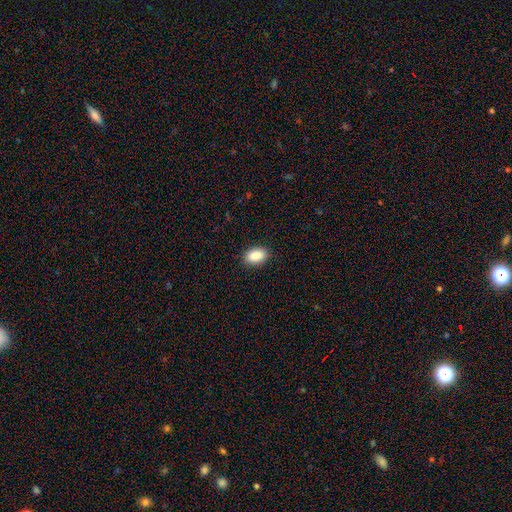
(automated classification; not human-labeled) A smooth galaxy with no disk features (90%) that is in between round and cigar-shaped (92%).

Vote fractions:
- Smooth or featured? smooth: 90% / star or artifact: 7% / featured or disk: 3%
- How rounded? in between: 92% / round: 7% / cigar-shaped: 2%
- Merging? none: 89% / minor disturbance: 8% / major disturbance: 2% / merger: 1%